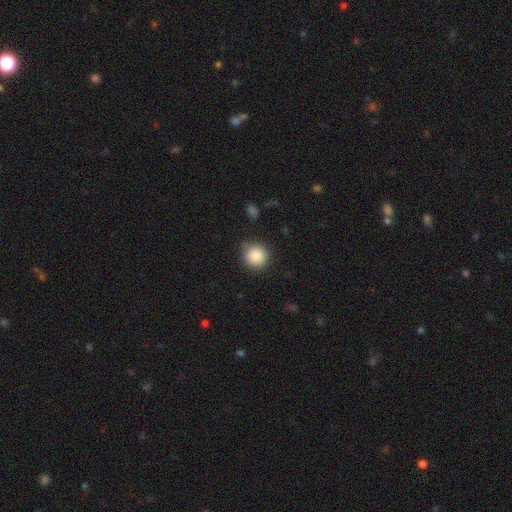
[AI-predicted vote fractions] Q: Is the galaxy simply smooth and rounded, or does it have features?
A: smooth — 85%.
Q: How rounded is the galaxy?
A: round — 93%.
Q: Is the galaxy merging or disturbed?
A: none — 80%.